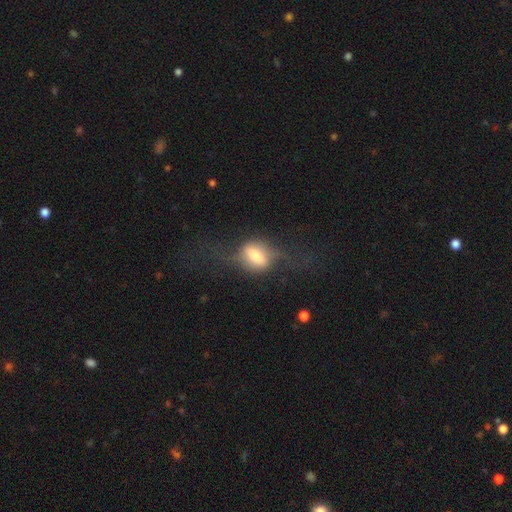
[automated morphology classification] A smooth galaxy with no disk features (46%). Merging: none (45%).